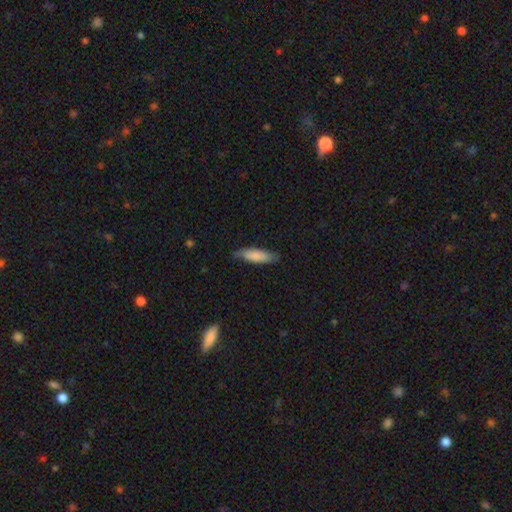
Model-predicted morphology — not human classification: Smooth or featured? Predicted: smooth (p=0.76). How rounded? Predicted: cigar-shaped (p=0.53). Merging? Predicted: none (p=0.73).